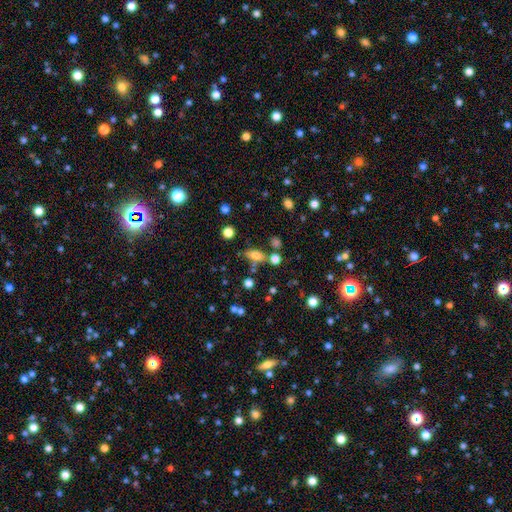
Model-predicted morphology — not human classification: type=smooth (72%); roundness=in between (76%); merging=none (66%).